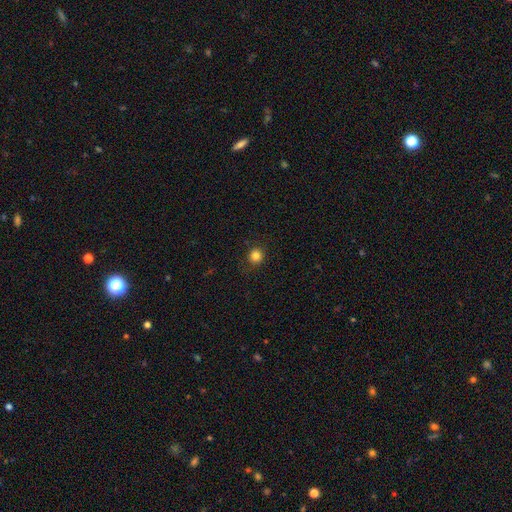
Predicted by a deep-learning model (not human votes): A smooth galaxy with no disk features (84%) that is round (93%). Merging: none (88%).